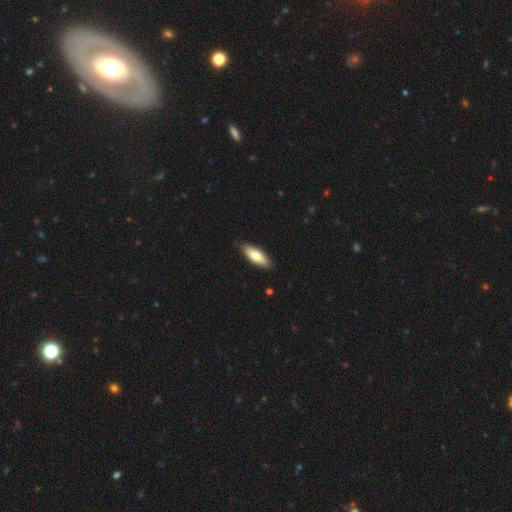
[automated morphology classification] smooth 75%, featured or disk 19%, star or artifact 5%. Down the decision tree: how rounded — in between (66%); merging — none (86%).